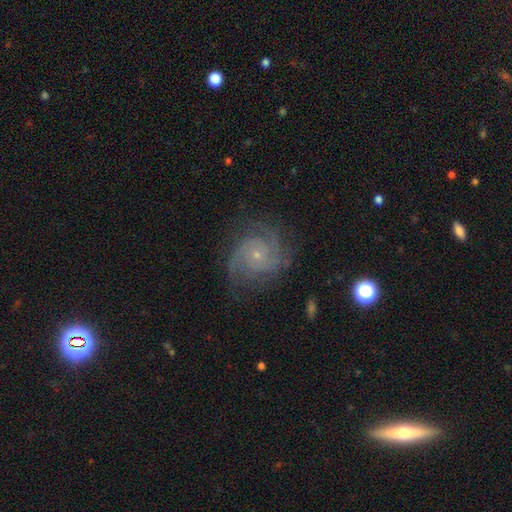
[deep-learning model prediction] The model was most divided on "spiral arm count": 3: 29%, 2: 28%, can't tell: 18%, 4: 12%, more than 4: 7%, 1: 7%. More confident: edge-on disk — no (98%); spiral arms — yes (97%); smooth or featured — featured or disk (86%); bulge size — small (80%); bar — no (79%); merging — none (74%); spiral winding — tight (55%).